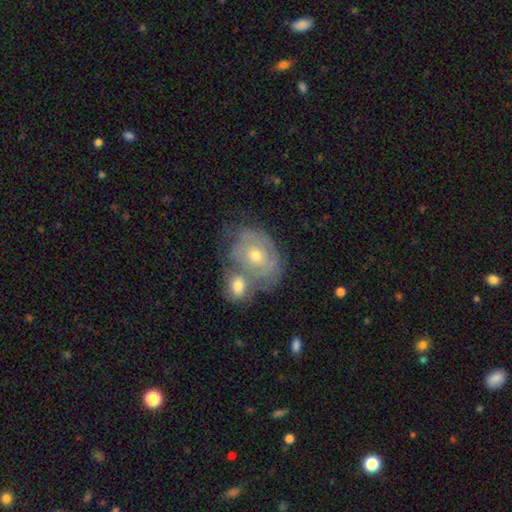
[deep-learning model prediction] The model was most divided on "merging": merger: 44%, none: 33%, minor disturbance: 15%, major disturbance: 8%. More confident: edge-on disk — no (96%); bar — no (80%); smooth or featured — featured or disk (63%); spiral arms — yes (62%); bulge size — moderate (56%).